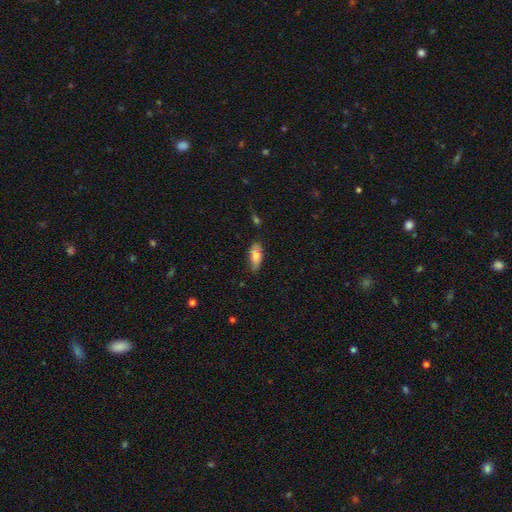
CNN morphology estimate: A smooth galaxy with no disk features (80%) that is in between round and cigar-shaped (78%). Merging: none (77%).